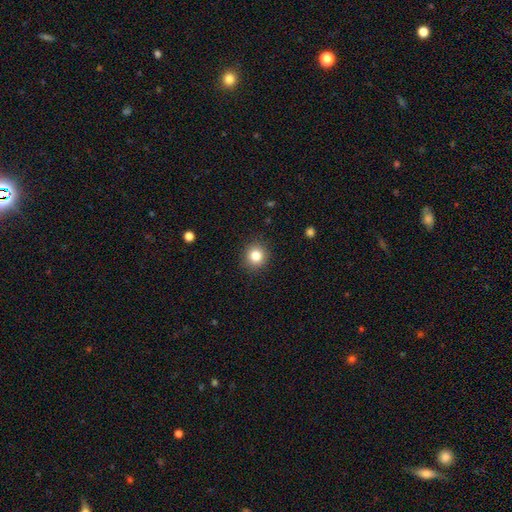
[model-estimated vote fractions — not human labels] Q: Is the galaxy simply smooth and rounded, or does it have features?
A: smooth — 82%.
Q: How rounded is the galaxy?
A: round — 88%.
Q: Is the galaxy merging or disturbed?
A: none — 90%.